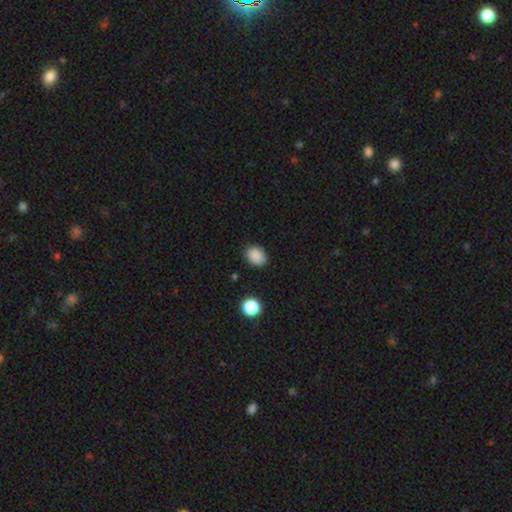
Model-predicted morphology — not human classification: This appears to be a smooth galaxy with no disk features (87%) that is in between round and cigar-shaped (55%). Merging: none (86%).